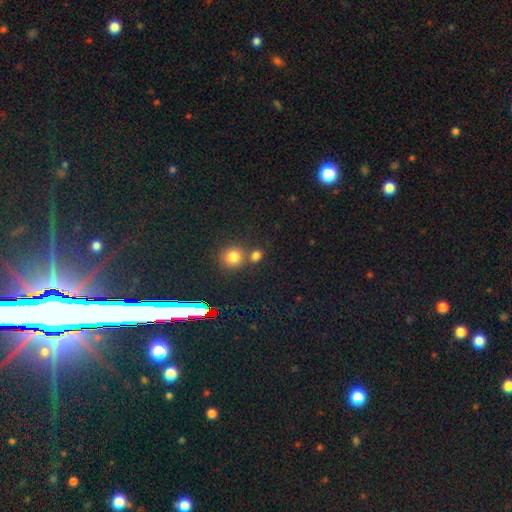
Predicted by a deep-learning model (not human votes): smooth_or_featured: smooth (p=0.74) [alt: star or artifact p=0.20]
how_rounded: round (p=0.74) [alt: in between p=0.25]
merging: none (p=0.60) [alt: merger p=0.29]